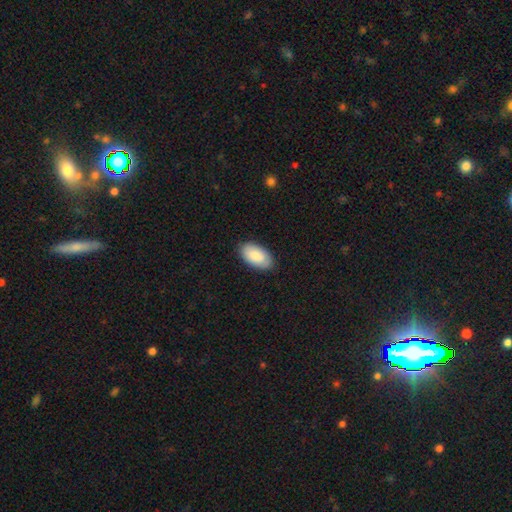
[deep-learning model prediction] Smooth or featured: smooth — 85% (featured or disk — 9%)
How rounded: in between — 96% (round — 3%)
Merging: none — 86% (minor disturbance — 11%)